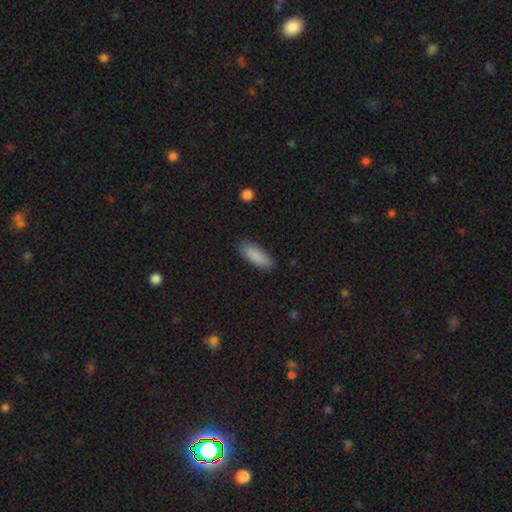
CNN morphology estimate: smooth_or_featured: smooth (p=0.88) [alt: star or artifact p=0.06]
how_rounded: in between (p=0.66) [alt: cigar-shaped p=0.32]
merging: none (p=0.86) [alt: minor disturbance p=0.11]